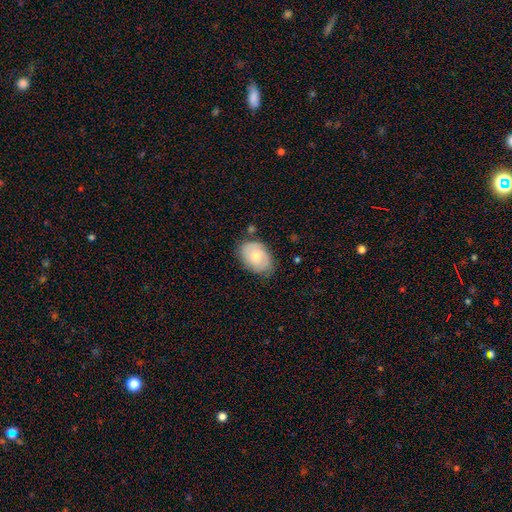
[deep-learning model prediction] Overall: smooth (61%; featured or disk 32%). How rounded: in between (81%). Merging: none (69%).